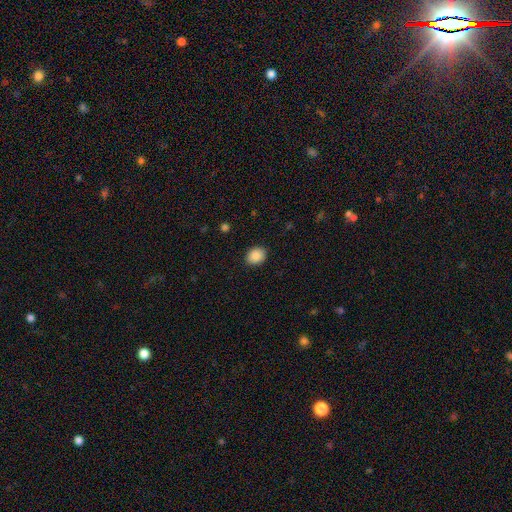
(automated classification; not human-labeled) Morphology: type=smooth (88%); roundness=in between (50%); merging=none (90%).